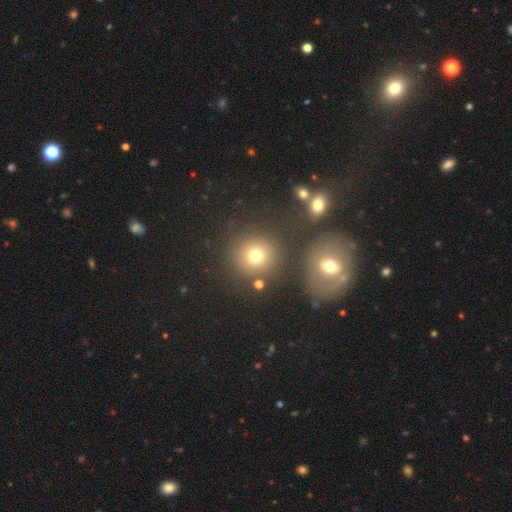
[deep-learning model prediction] Smooth or featured?
  - smooth: 74% *
  - star or artifact: 17%
  - featured or disk: 9%
How rounded?
  - round: 91% *
  - in between: 8%
  - cigar-shaped: 1%
Merging?
  - none: 78% *
  - merger: 10%
  - minor disturbance: 8%
  - major disturbance: 4%